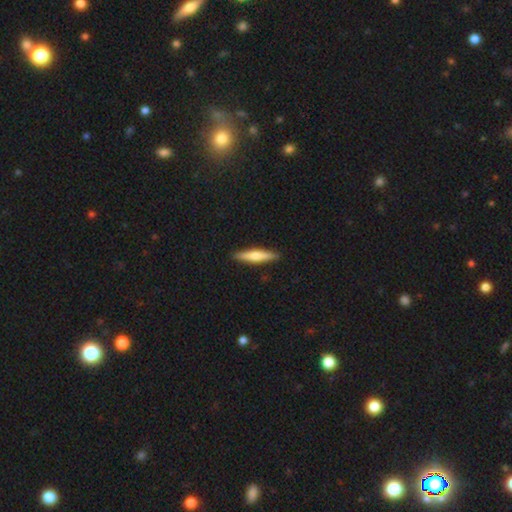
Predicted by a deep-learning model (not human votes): A smooth galaxy with no disk features (55%) that is cigar-shaped (88%).

Vote fractions:
- Smooth or featured? smooth: 55% / featured or disk: 40% / star or artifact: 5%
- How rounded? cigar-shaped: 88% / in between: 11% / round: 2%
- Merging? none: 91% / minor disturbance: 7% / major disturbance: 1% / merger: 1%